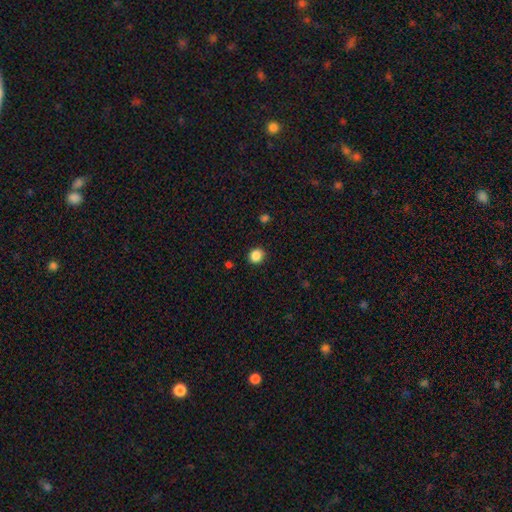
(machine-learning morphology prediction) Smooth or featured?
  - smooth: 87% *
  - star or artifact: 10%
  - featured or disk: 3%
How rounded?
  - round: 85% *
  - in between: 15%
  - cigar-shaped: 1%
Merging?
  - none: 89% *
  - minor disturbance: 7%
  - major disturbance: 2%
  - merger: 1%